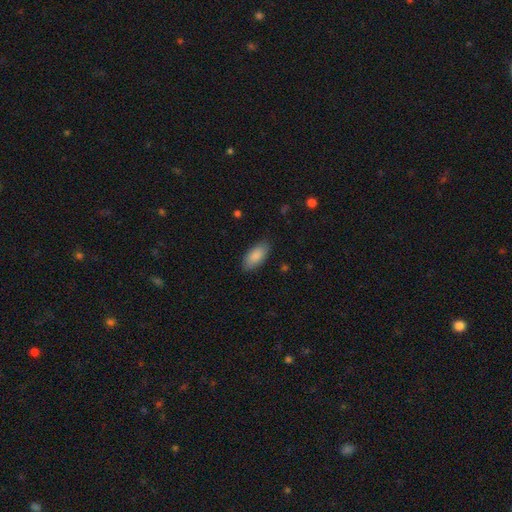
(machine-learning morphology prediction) Smooth or featured? Predicted: smooth (p=0.88). How rounded? Predicted: in between (p=0.90). Merging? Predicted: none (p=0.86).